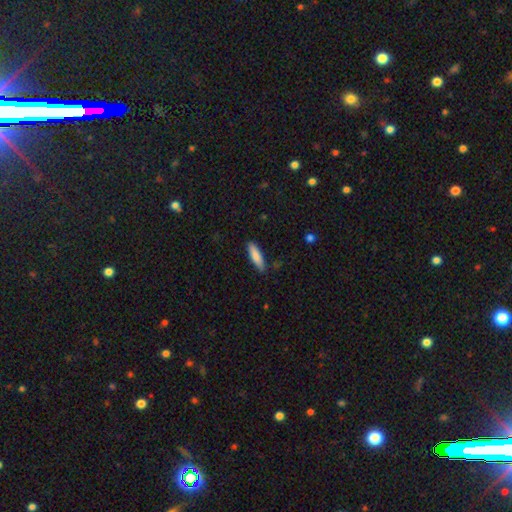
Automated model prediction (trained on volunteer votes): Smooth or featured? Predicted: smooth (p=0.83). How rounded? Predicted: cigar-shaped (p=0.67). Merging? Predicted: none (p=0.86).